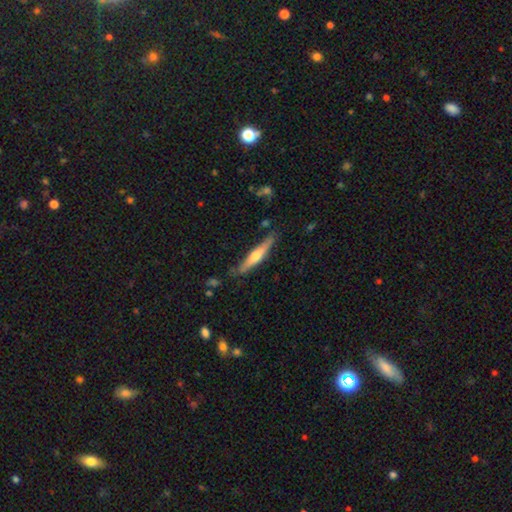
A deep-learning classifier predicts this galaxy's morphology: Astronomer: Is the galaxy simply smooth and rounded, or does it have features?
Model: featured or disk — 51% (runner-up: smooth, 43%).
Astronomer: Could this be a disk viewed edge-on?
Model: yes — 94%.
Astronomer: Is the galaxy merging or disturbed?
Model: none — 81%.